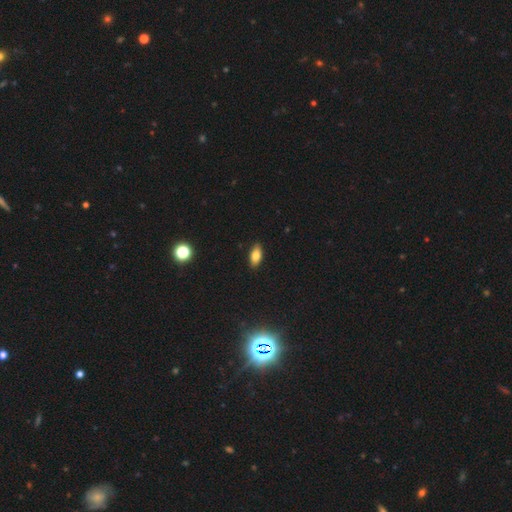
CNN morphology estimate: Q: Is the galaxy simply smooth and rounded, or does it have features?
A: smooth — 78%.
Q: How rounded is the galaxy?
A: in between — 87%.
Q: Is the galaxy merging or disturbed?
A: none — 89%.